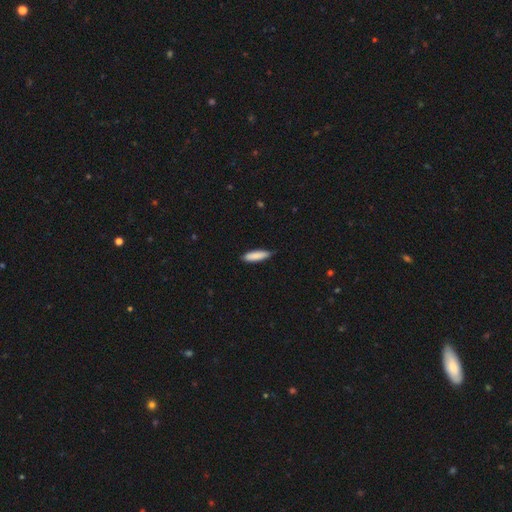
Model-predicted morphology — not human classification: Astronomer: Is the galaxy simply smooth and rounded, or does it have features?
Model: smooth — 87%.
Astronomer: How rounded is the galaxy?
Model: cigar-shaped — 69%.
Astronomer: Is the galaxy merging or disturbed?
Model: none — 80%.